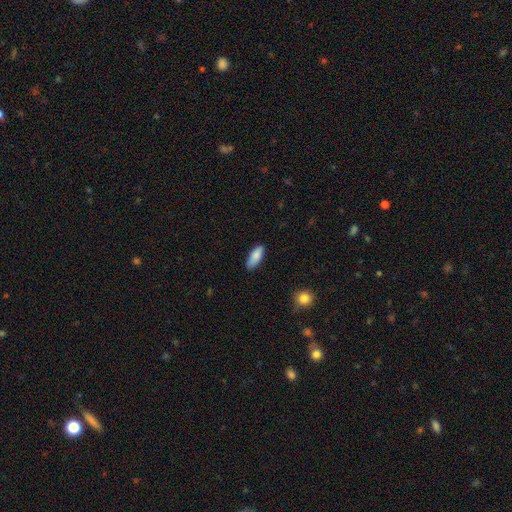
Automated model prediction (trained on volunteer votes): The model was most divided on "how rounded": in between: 74%, cigar-shaped: 24%, round: 2%. More confident: smooth or featured — smooth (86%); merging — none (81%).